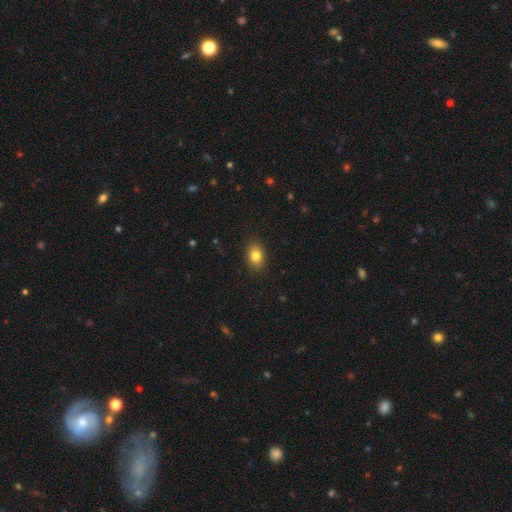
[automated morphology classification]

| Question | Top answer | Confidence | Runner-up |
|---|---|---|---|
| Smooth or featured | smooth | 81% | star or artifact (10%) |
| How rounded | in between | 75% | round (23%) |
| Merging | none | 88% | minor disturbance (9%) |